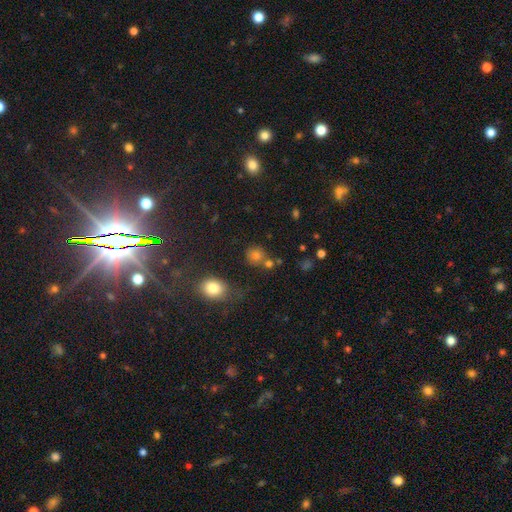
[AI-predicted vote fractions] smooth_or_featured: smooth (p=0.74) [alt: star or artifact p=0.18]
how_rounded: round (p=0.84) [alt: in between p=0.15]
merging: none (p=0.69) [alt: merger p=0.15]